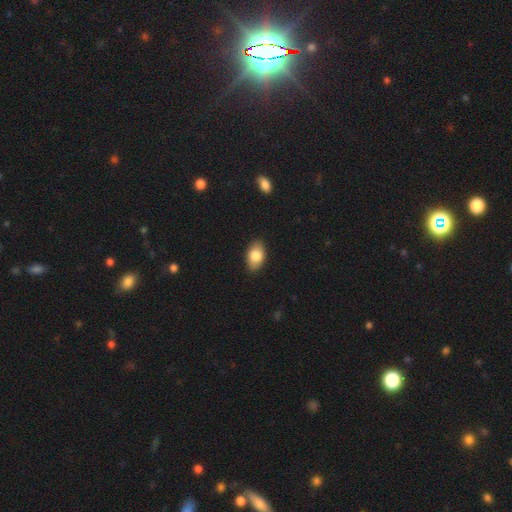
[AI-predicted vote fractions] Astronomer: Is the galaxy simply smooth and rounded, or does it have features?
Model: smooth — 81%.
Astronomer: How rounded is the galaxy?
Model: in between — 90%.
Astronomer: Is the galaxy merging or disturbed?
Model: none — 86%.